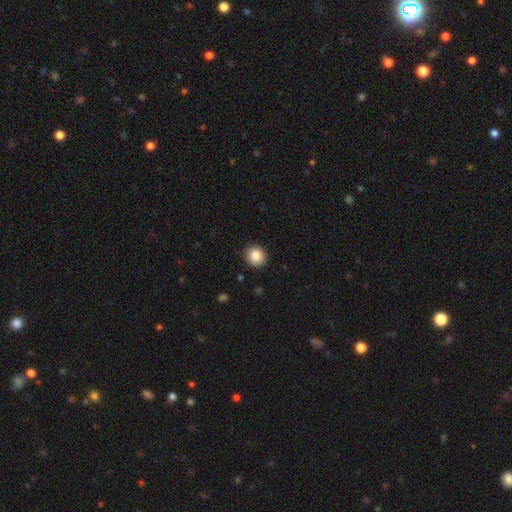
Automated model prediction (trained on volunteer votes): smooth-or-featured: smooth: 87% | star or artifact: 9% | featured or disk: 4%
  how-rounded: round: 84% | in between: 15% | cigar-shaped: 1%
  merging: none: 90% | minor disturbance: 7% | major disturbance: 2% | merger: 1%